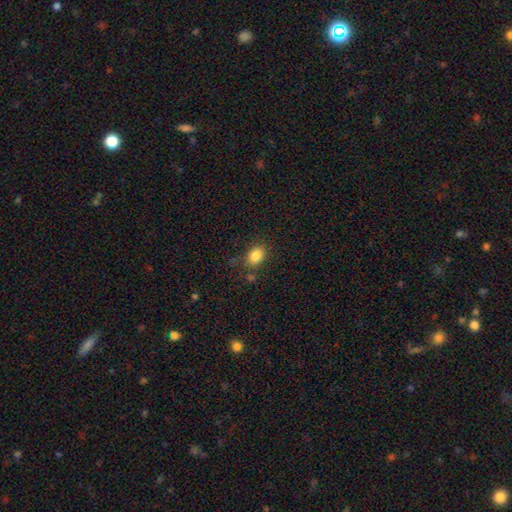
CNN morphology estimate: This is clearly a smooth galaxy (85%). How rounded: likely in between (76%). Merging: likely none (76%).